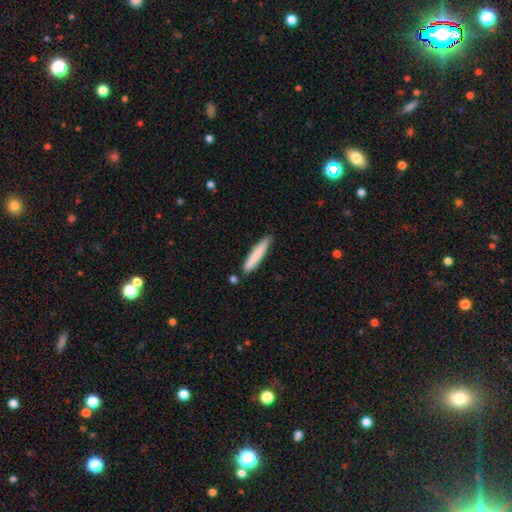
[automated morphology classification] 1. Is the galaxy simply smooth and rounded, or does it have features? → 80% smooth, 14% featured or disk, 6% star or artifact.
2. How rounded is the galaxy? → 92% cigar-shaped, 7% in between, 1% round.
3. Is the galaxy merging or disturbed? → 84% none, 11% minor disturbance, 4% merger, 2% major disturbance.